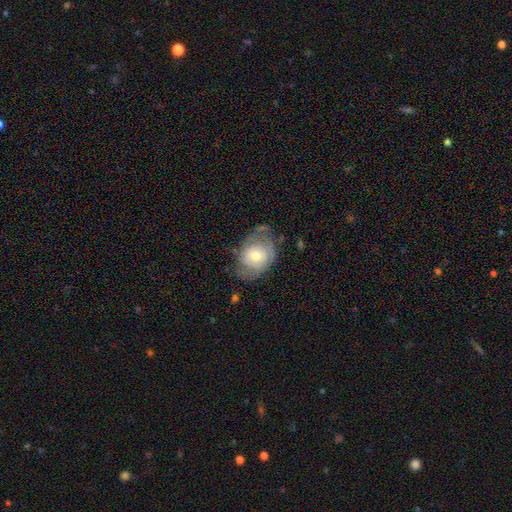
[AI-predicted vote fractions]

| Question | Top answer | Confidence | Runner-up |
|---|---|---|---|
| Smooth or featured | featured or disk | 55% | smooth (38%) |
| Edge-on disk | no | 95% | yes (5%) |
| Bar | no | 75% | weak (20%) |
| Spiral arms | yes | 64% | no (36%) |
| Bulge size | moderate | 66% | small (24%) |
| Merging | none | 49% | minor disturbance (30%) |